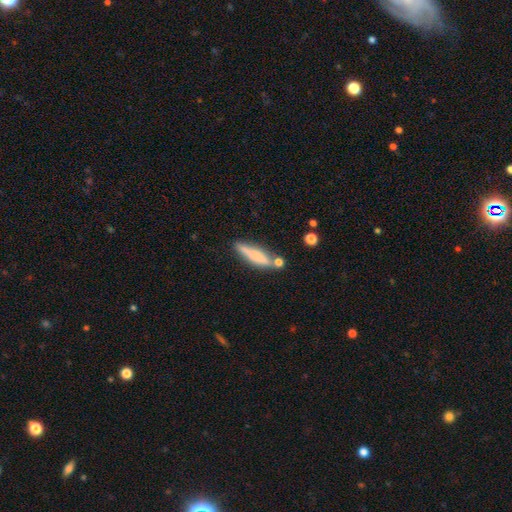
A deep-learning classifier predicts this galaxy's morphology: Q: Smooth or featured?
A: smooth (61%); runner-up: featured or disk (31%)
Q: How rounded?
A: cigar-shaped (82%); runner-up: in between (16%)
Q: Merging?
A: none (69%); runner-up: minor disturbance (16%)